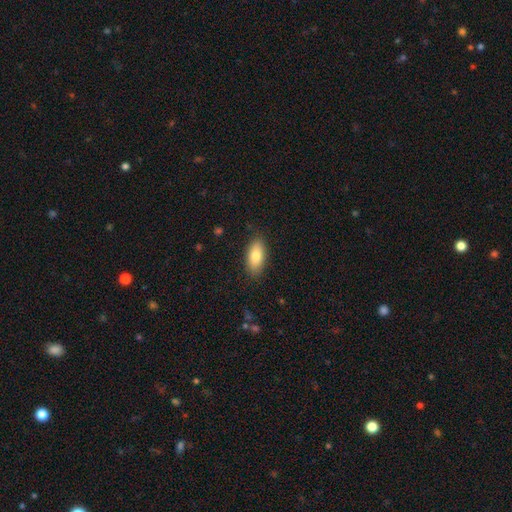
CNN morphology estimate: This is clearly a smooth galaxy (82%). How rounded: clearly in between (89%). Merging: clearly none (86%).